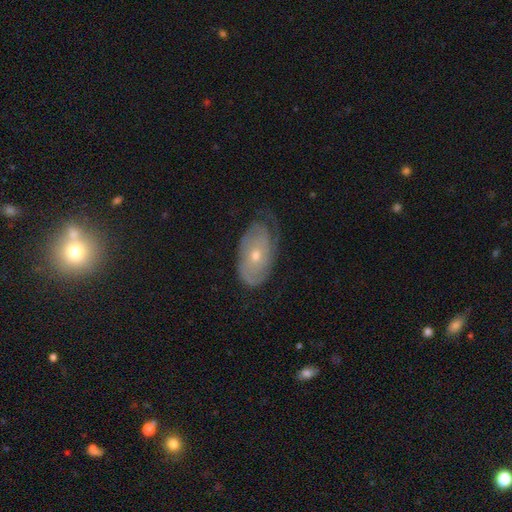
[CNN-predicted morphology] Smooth or featured? Predicted: featured or disk (p=0.70). Edge-on disk? Predicted: no (p=0.93). Bar? Predicted: no (p=0.79). Spiral arms? Predicted: yes (p=0.83). Spiral winding? Predicted: tight (p=0.63). Spiral arm count? Predicted: can't tell (p=0.41). Bulge size? Predicted: moderate (p=0.51). Merging? Predicted: none (p=0.58).